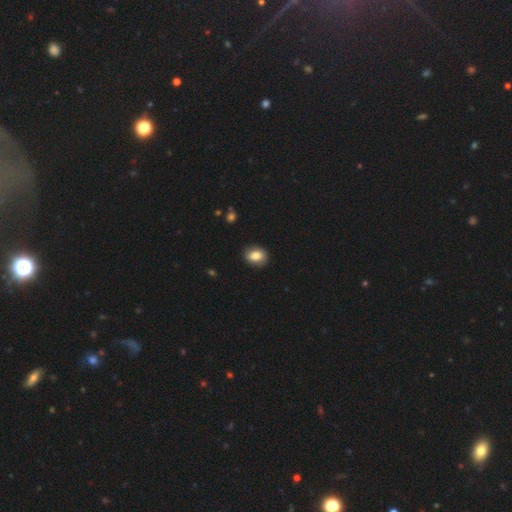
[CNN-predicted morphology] This is clearly a smooth galaxy (82%). How rounded: likely in between (65%). Merging: clearly none (86%).